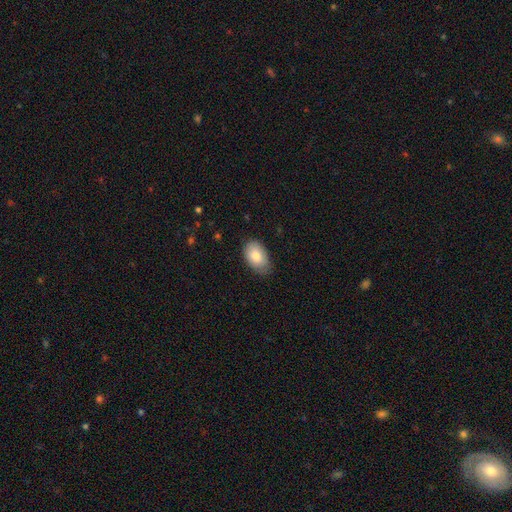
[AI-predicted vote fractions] Smooth or featured? Predicted: smooth (p=0.81). How rounded? Predicted: in between (p=0.90). Merging? Predicted: none (p=0.71).